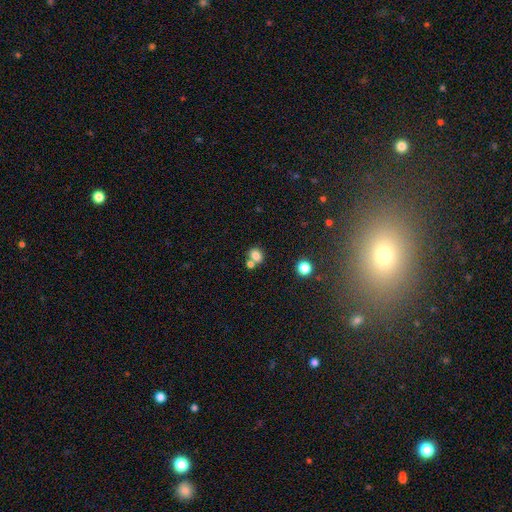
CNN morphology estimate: type=smooth (79%); roundness=round (55%); merging=none (51%).